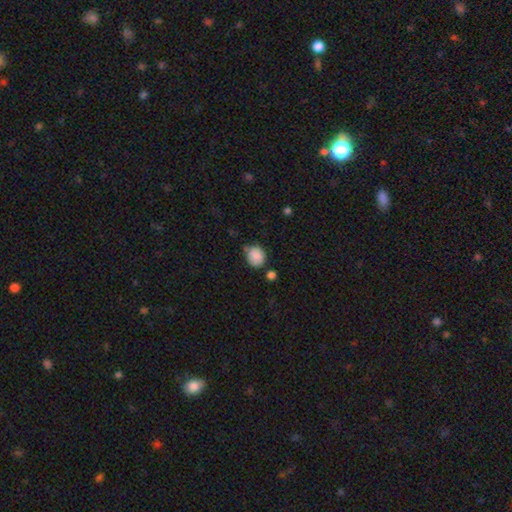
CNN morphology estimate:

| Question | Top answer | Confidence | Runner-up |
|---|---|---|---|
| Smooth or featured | smooth | 87% | star or artifact (8%) |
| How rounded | round | 76% | in between (23%) |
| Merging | none | 68% | minor disturbance (20%) |